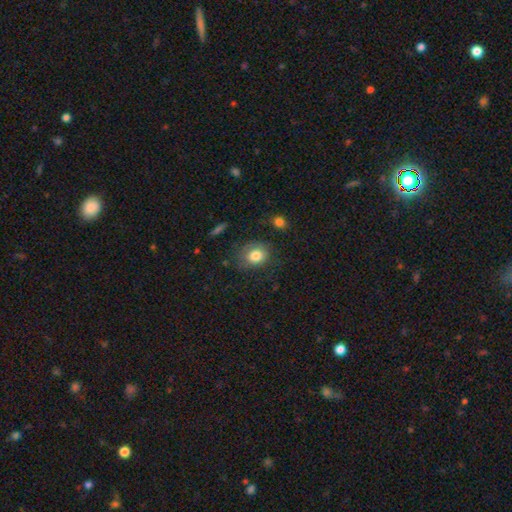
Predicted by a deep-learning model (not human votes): Smooth or featured? Predicted: smooth (p=0.80). How rounded? Predicted: round (p=0.56). Merging? Predicted: none (p=0.64).